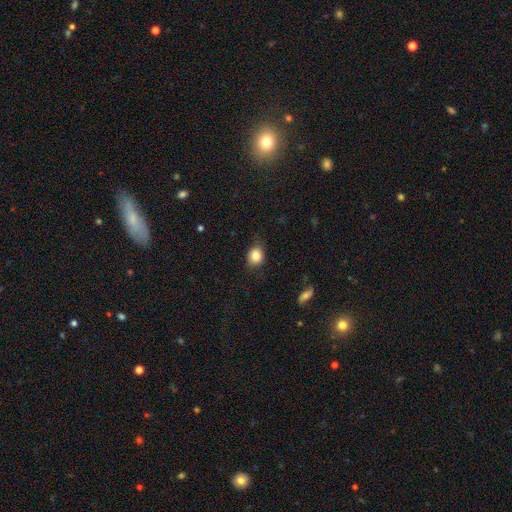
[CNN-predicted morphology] smooth-or-featured: smooth: 83% | star or artifact: 10% | featured or disk: 7%
  how-rounded: round: 63% | in between: 35% | cigar-shaped: 1%
  merging: none: 75% | minor disturbance: 19% | major disturbance: 4% | merger: 1%